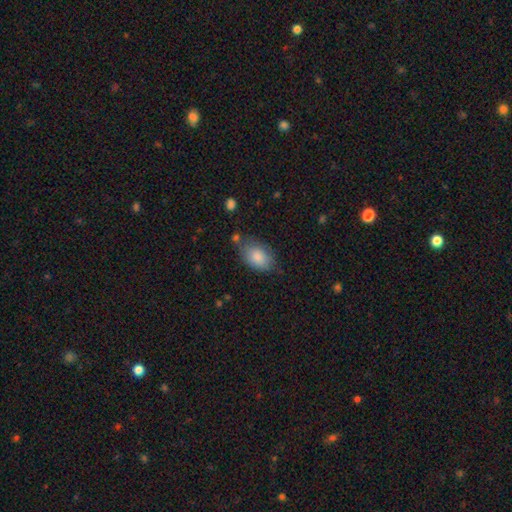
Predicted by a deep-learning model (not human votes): Morphology: type=smooth (83%); roundness=in between (87%); merging=none (69%).